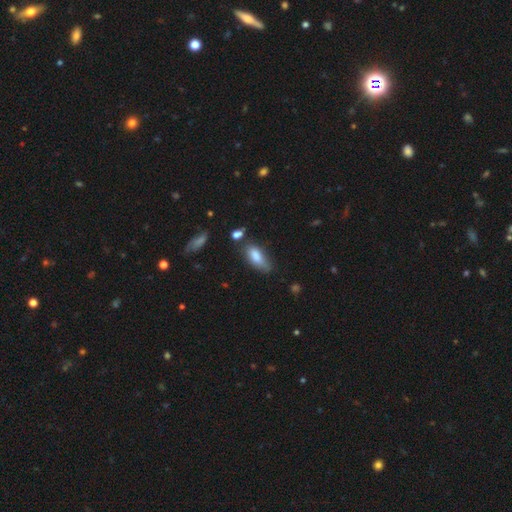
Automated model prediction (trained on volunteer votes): This appears to be a smooth galaxy with no disk features (79%) that is in between round and cigar-shaped (76%). Merging: none (54%).